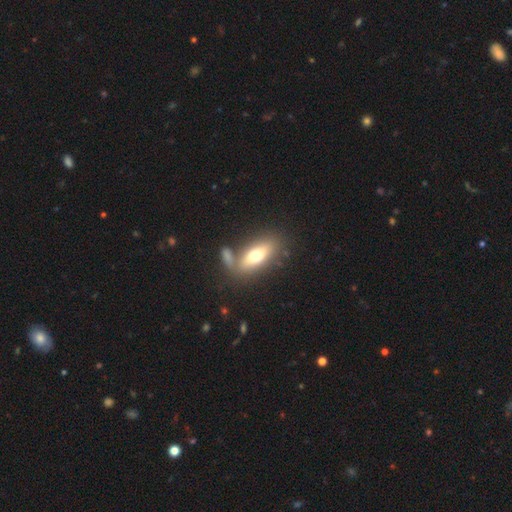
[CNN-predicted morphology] smooth-or-featured: smooth: 64% | featured or disk: 28% | star or artifact: 8%
  how-rounded: in between: 74% | cigar-shaped: 23% | round: 4%
  merging: none: 61% | merger: 21% | minor disturbance: 13% | major disturbance: 5%